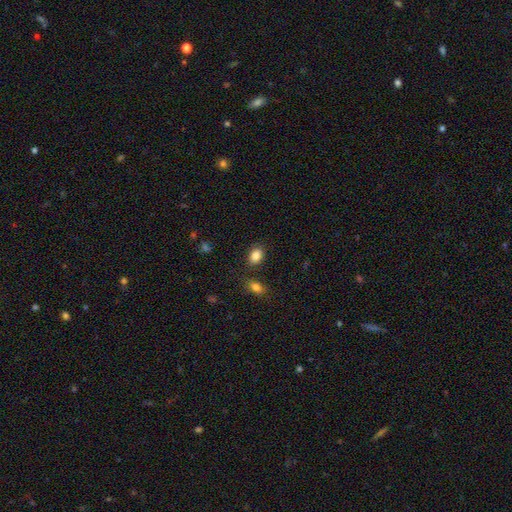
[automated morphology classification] This appears to be a smooth galaxy with no disk features (86%) that is in between round and cigar-shaped (76%). Merging: none (81%).